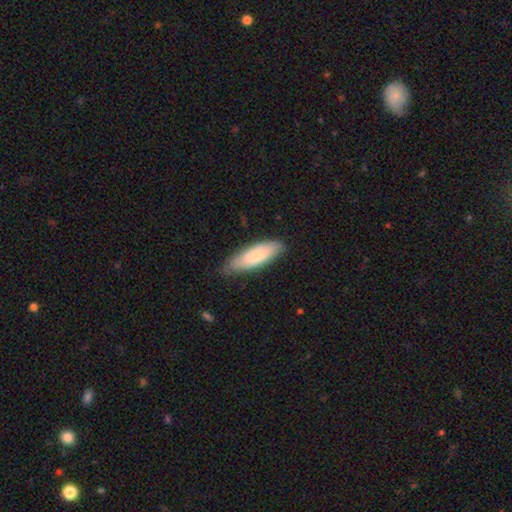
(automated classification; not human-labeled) Morphology: type=smooth (73%); roundness=in between (56%); merging=none (79%).